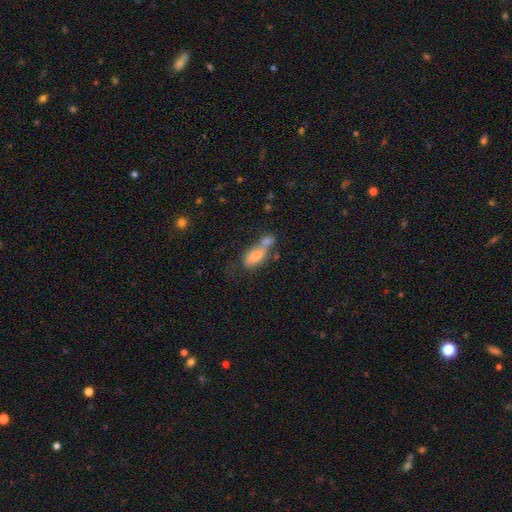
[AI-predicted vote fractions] Smooth or featured? smooth (72%)
How rounded? in between (78%)
Merging? merger (58%)